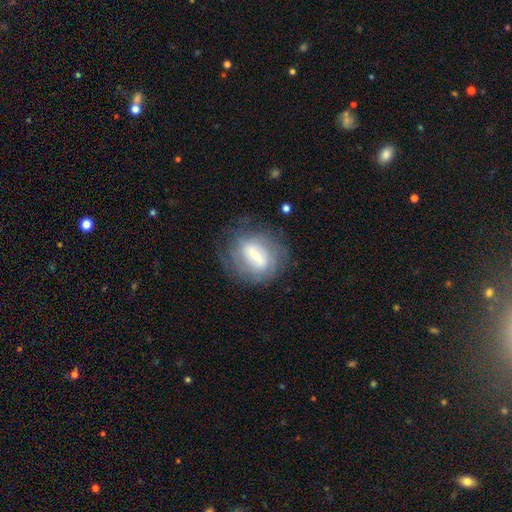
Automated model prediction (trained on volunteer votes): A featured or disk galaxy (70%) with a strong bar (48%), spiral arms (70%) and a small central bulge (56%). Merging: none (71%).